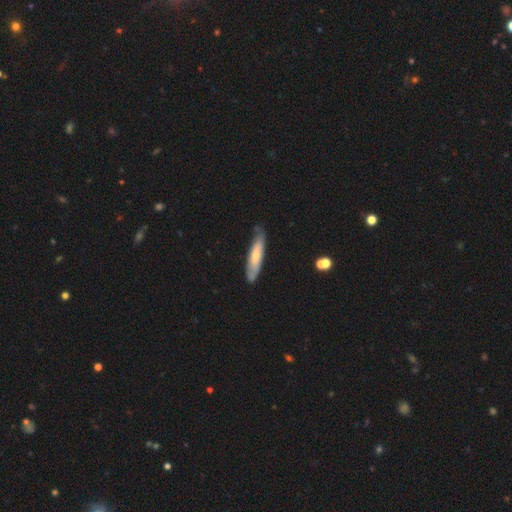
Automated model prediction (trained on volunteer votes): Overall: smooth (59%; featured or disk 35%). How rounded: cigar-shaped (81%). Merging: none (71%).